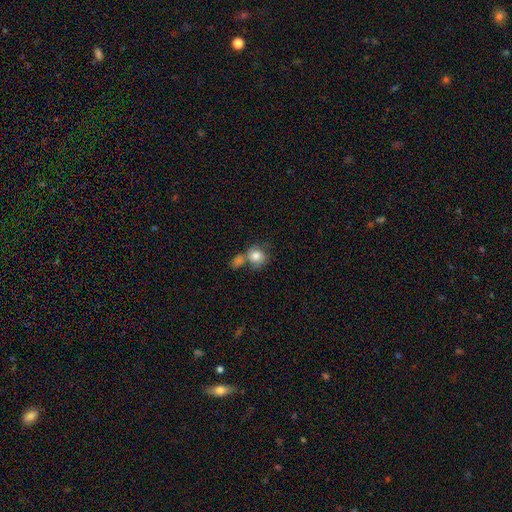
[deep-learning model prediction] Smooth or featured? smooth (78%)
How rounded? round (77%)
Merging? merger (41%)